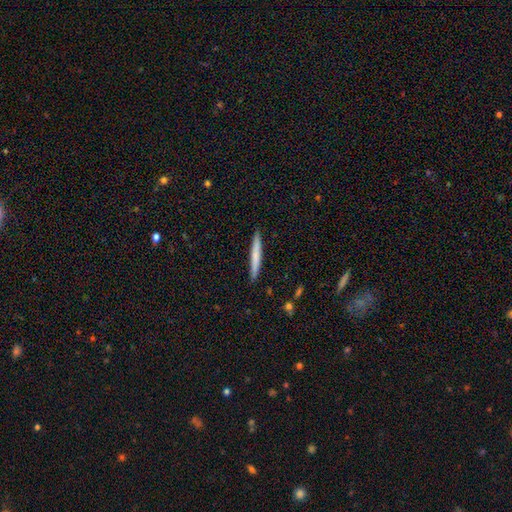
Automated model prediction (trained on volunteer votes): smooth 68%, featured or disk 26%, star or artifact 6%. Down the decision tree: how rounded — cigar-shaped (96%); merging — none (91%).